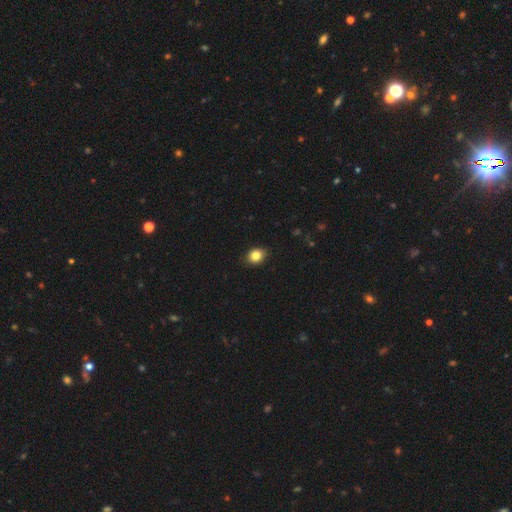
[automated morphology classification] type=smooth (85%); roundness=round (52%); merging=none (88%).